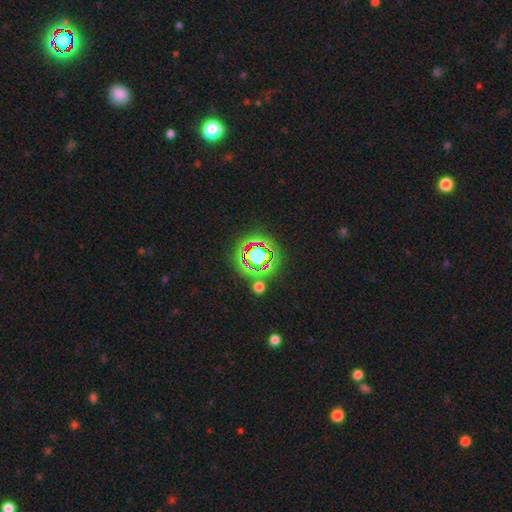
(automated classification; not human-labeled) Smooth or featured? Predicted: star or artifact (p=0.58).